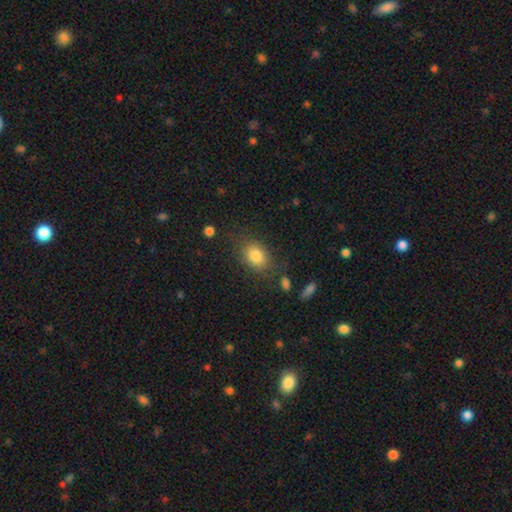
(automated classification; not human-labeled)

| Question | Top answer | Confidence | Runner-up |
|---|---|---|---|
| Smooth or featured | smooth | 82% | star or artifact (9%) |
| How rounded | in between | 67% | round (31%) |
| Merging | none | 75% | minor disturbance (16%) |